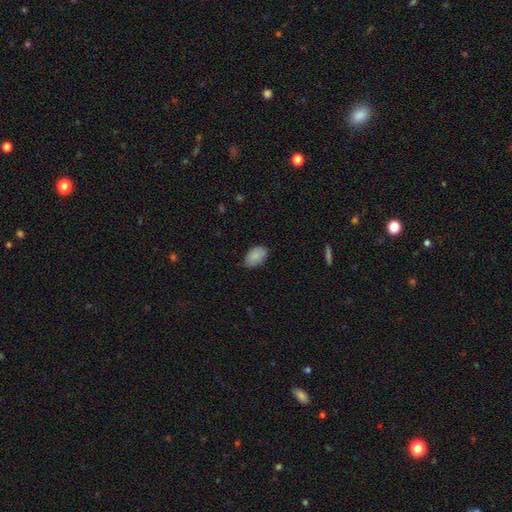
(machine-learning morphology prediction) smooth-or-featured: smooth: 88% | star or artifact: 7% | featured or disk: 6%
  how-rounded: in between: 90% | round: 8% | cigar-shaped: 1%
  merging: none: 73% | minor disturbance: 23% | major disturbance: 3% | merger: 1%